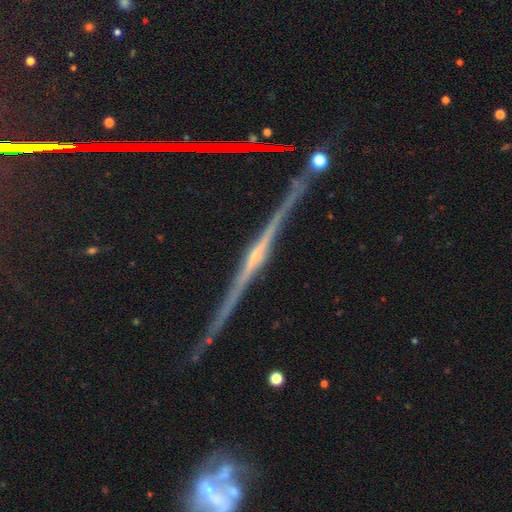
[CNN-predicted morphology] smooth-or-featured: featured or disk: 82% | star or artifact: 12% | smooth: 6%
  disk-edge-on: yes: 97% | no: 3%
    edge-on-bulge: rounded: 74% | none: 17% | boxy: 10%
  merging: none: 85% | minor disturbance: 9% | merger: 3% | major disturbance: 3%